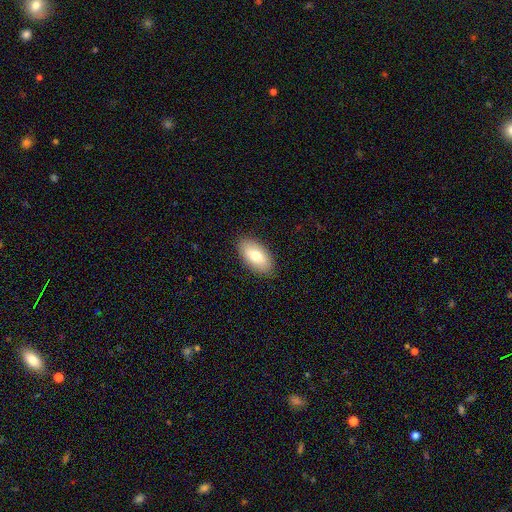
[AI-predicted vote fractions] Morphology: type=smooth (77%); roundness=in between (93%); merging=none (88%).